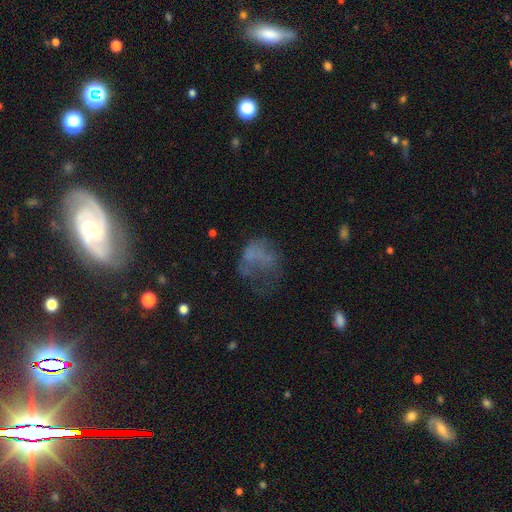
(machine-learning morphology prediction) A smooth galaxy with no disk features (44%).

Vote fractions:
- Smooth or featured? smooth: 44% / featured or disk: 37% / star or artifact: 19%
- Merging? major disturbance: 45% / none: 30% / minor disturbance: 19% / merger: 6%